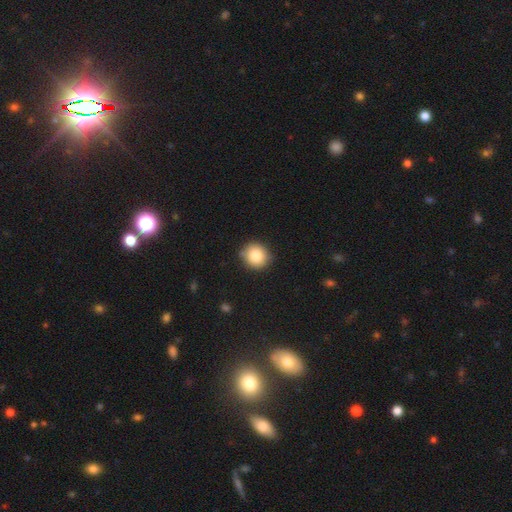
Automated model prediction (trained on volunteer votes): Morphology: type=smooth (82%); roundness=round (88%); merging=none (85%).